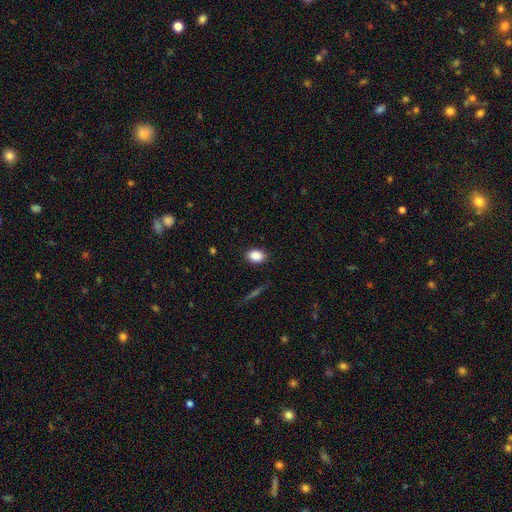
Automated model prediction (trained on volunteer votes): Smooth or featured? smooth (87%)
How rounded? in between (80%)
Merging? none (87%)